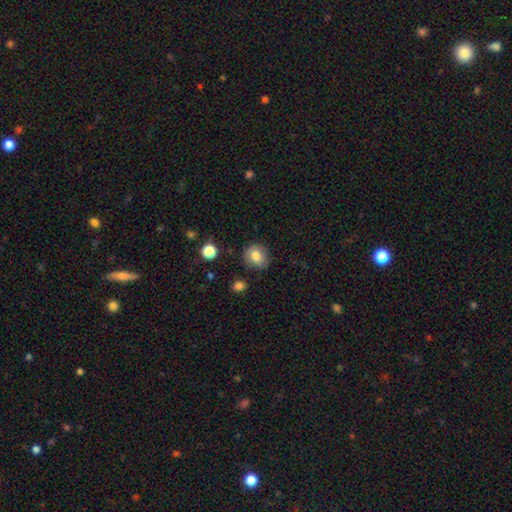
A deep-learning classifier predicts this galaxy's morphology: Smooth or featured? smooth (81%)
How rounded? round (81%)
Merging? none (85%)